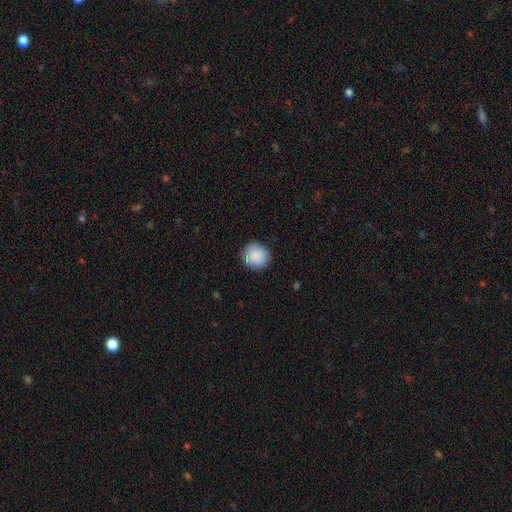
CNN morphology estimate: A smooth galaxy with no disk features (89%) that is round (90%). Merging: none (89%).